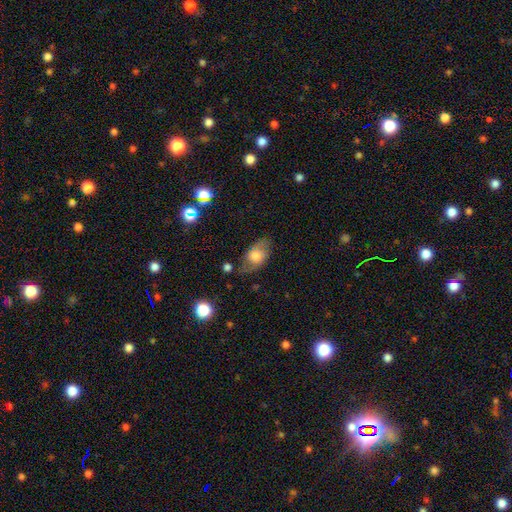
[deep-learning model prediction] Q: Smooth or featured?
A: smooth (65%); runner-up: featured or disk (26%)
Q: How rounded?
A: in between (86%); runner-up: round (11%)
Q: Merging?
A: none (65%); runner-up: minor disturbance (23%)